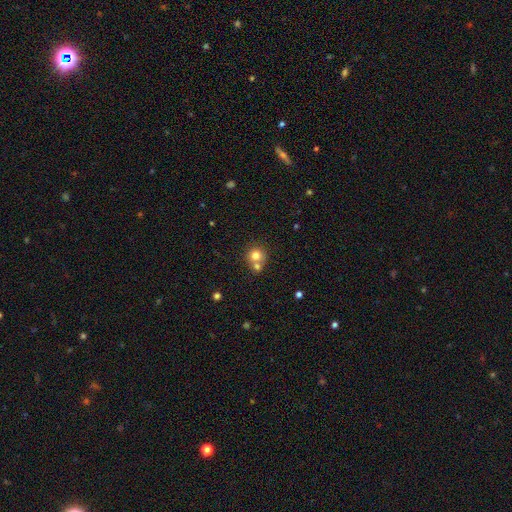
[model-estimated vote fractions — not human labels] A smooth galaxy with no disk features (76%) that is round (88%). Merging: none (49%).